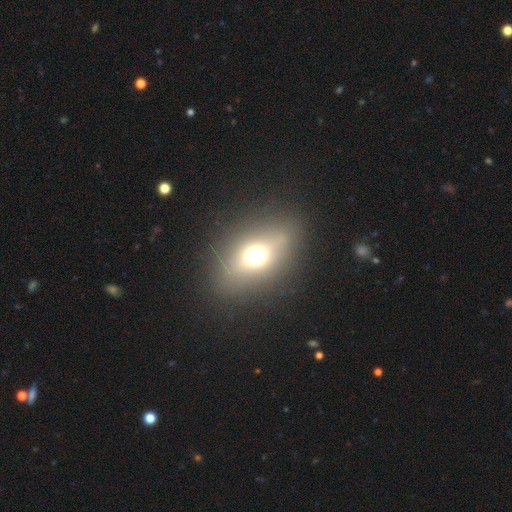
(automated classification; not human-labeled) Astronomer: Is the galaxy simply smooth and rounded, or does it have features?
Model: smooth — 56%.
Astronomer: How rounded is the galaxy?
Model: in between — 58% (runner-up: round, 38%).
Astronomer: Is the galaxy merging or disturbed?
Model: none — 84%.